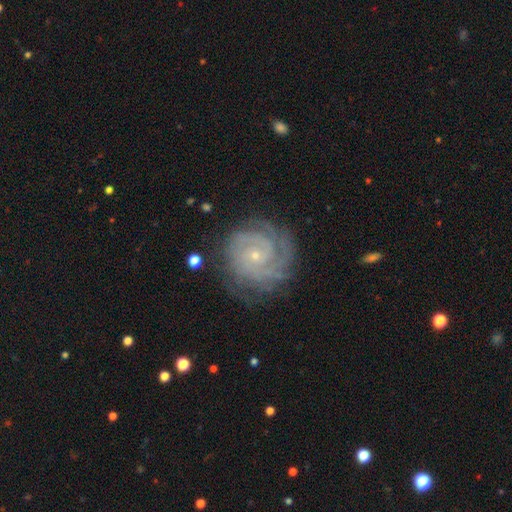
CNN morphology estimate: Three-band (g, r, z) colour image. It shows a featured or disk galaxy (86%) with no bar (76%), tight (77%) spiral arms (97%) and a small central bulge (84%). Merging: none (77%).